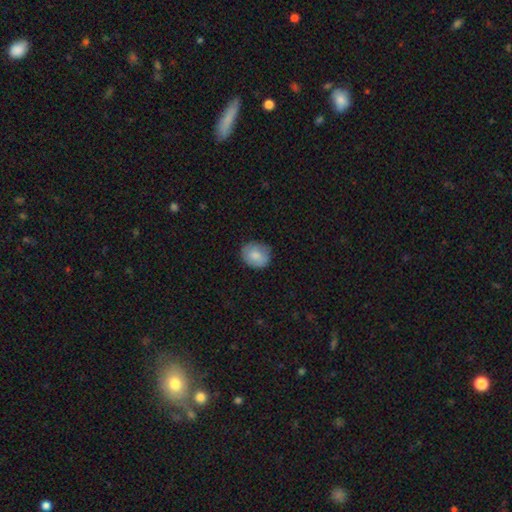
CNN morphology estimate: Smooth or featured: smooth — 82% (featured or disk — 11%)
How rounded: round — 59% (in between — 40%)
Merging: none — 79% (minor disturbance — 17%)